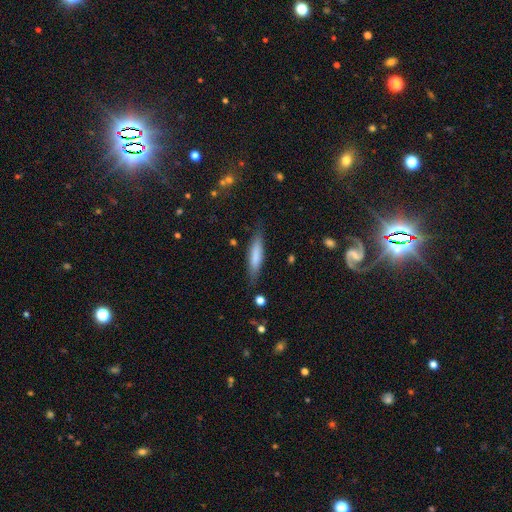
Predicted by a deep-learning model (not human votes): Smooth or featured?
  - smooth: 75% *
  - featured or disk: 19%
  - star or artifact: 6%
How rounded?
  - cigar-shaped: 77% *
  - in between: 21%
  - round: 1%
Merging?
  - none: 80% *
  - minor disturbance: 15%
  - major disturbance: 3%
  - merger: 2%